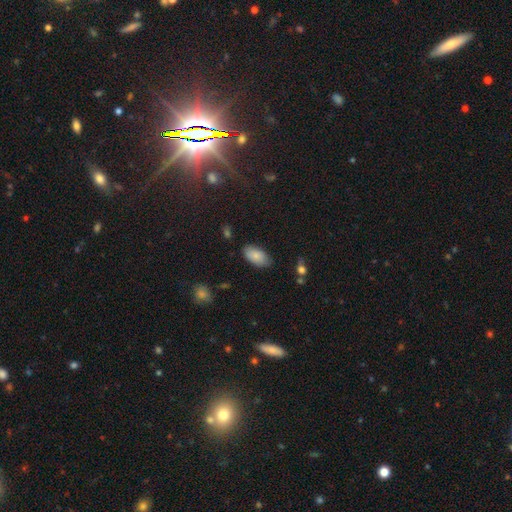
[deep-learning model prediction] Smooth or featured?
  - smooth: 84% *
  - featured or disk: 8%
  - star or artifact: 7%
How rounded?
  - in between: 95% *
  - round: 3%
  - cigar-shaped: 2%
Merging?
  - none: 80% *
  - minor disturbance: 15%
  - major disturbance: 3%
  - merger: 2%